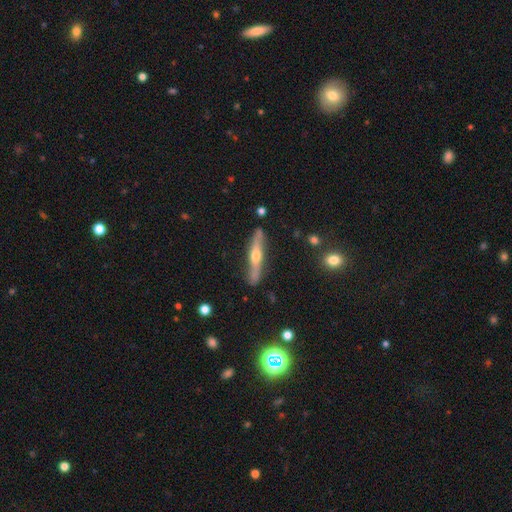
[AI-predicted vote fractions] A featured or disk galaxy (65%) viewed edge-on (93%) with a rounded central bulge (89%). Merging: none (83%).